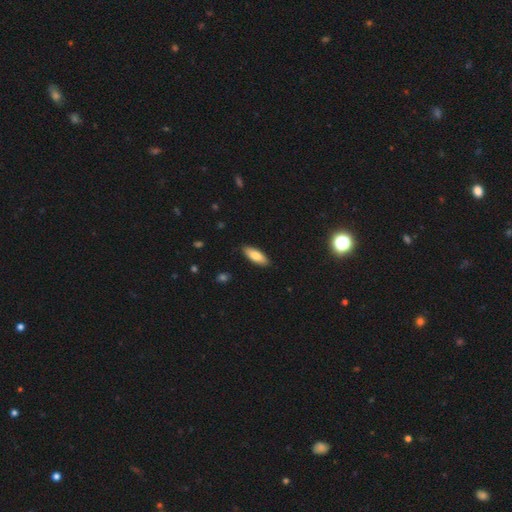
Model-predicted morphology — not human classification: Smooth or featured? Predicted: smooth (p=0.80). How rounded? Predicted: in between (p=0.71). Merging? Predicted: none (p=0.89).